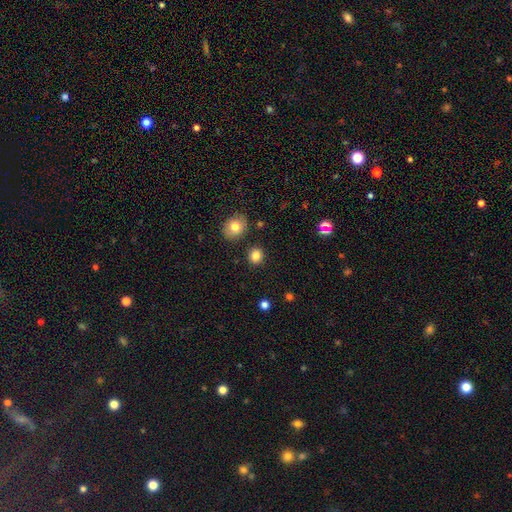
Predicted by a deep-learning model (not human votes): A smooth galaxy with no disk features (83%) that is round (83%).

Vote fractions:
- Smooth or featured? smooth: 83% / star or artifact: 11% / featured or disk: 5%
- How rounded? round: 83% / in between: 16% / cigar-shaped: 1%
- Merging? none: 88% / minor disturbance: 6% / merger: 3% / major disturbance: 2%